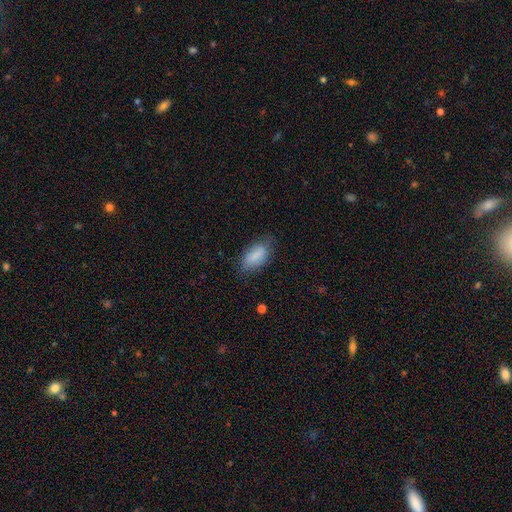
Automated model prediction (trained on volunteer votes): Q: Smooth or featured?
A: smooth (83%); runner-up: featured or disk (10%)
Q: How rounded?
A: in between (91%); runner-up: cigar-shaped (5%)
Q: Merging?
A: none (65%); runner-up: minor disturbance (26%)